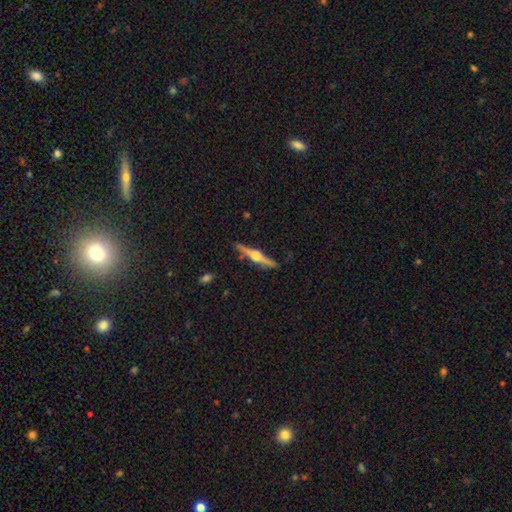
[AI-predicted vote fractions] This is likely a featured or disk galaxy (79%). It is clearly viewed edge-on (98%). Edge-on bulge: clearly rounded (94%). Merging: clearly none (87%).